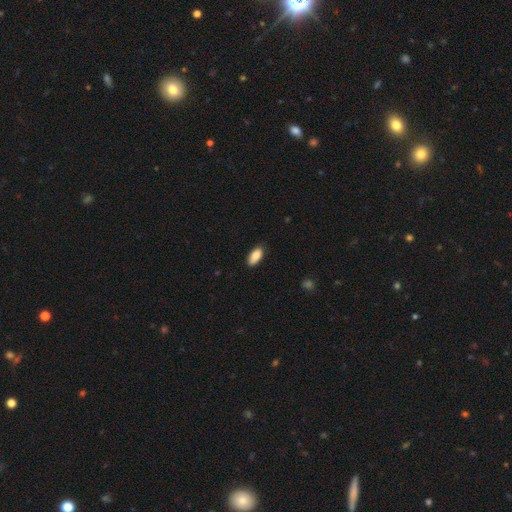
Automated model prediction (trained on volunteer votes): Smooth or featured: smooth — 87% (star or artifact — 7%)
How rounded: in between — 90% (cigar-shaped — 8%)
Merging: none — 81% (minor disturbance — 15%)